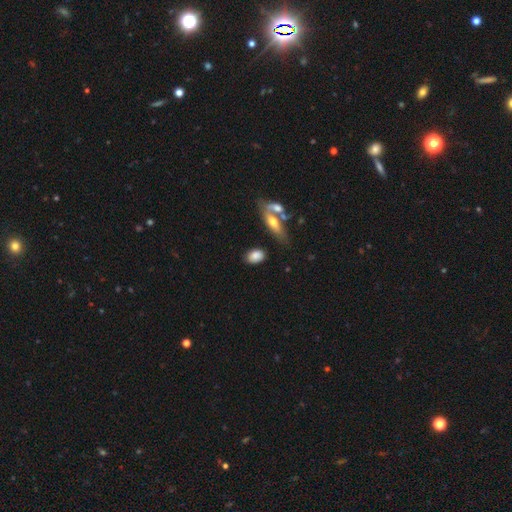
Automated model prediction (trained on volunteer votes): Q: Smooth or featured?
A: smooth (82%); runner-up: featured or disk (11%)
Q: How rounded?
A: in between (86%); runner-up: round (10%)
Q: Merging?
A: none (71%); runner-up: minor disturbance (15%)